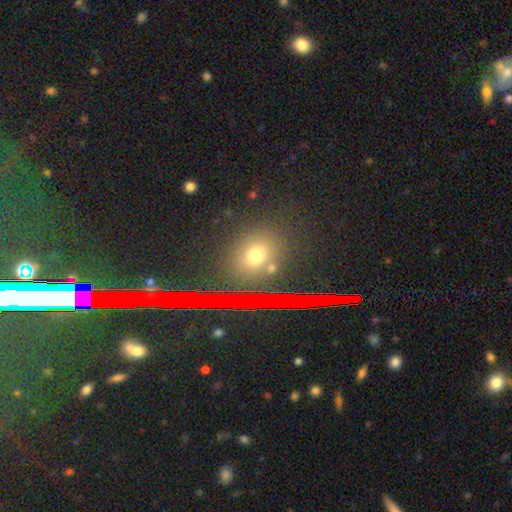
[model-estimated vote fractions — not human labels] Q: Smooth or featured?
A: smooth (66%); runner-up: star or artifact (24%)
Q: How rounded?
A: round (64%); runner-up: in between (33%)
Q: Merging?
A: none (81%); runner-up: minor disturbance (10%)